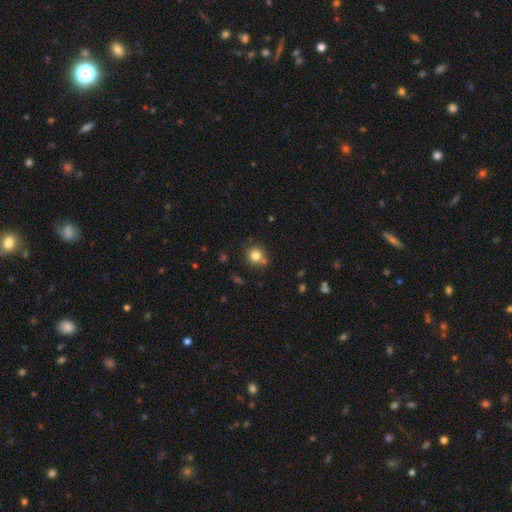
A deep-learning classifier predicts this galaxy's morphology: Smooth or featured: smooth — 81% (star or artifact — 12%)
How rounded: round — 90% (in between — 9%)
Merging: none — 76% (minor disturbance — 12%)